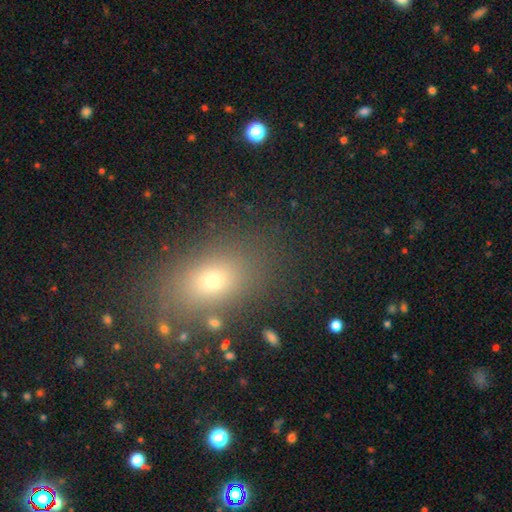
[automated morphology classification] A smooth galaxy with no disk features (68%) that is in between round and cigar-shaped (73%).

Vote fractions:
- Smooth or featured? smooth: 68% / star or artifact: 21% / featured or disk: 11%
- How rounded? in between: 73% / round: 24% / cigar-shaped: 3%
- Merging? none: 84% / minor disturbance: 9% / major disturbance: 4% / merger: 2%